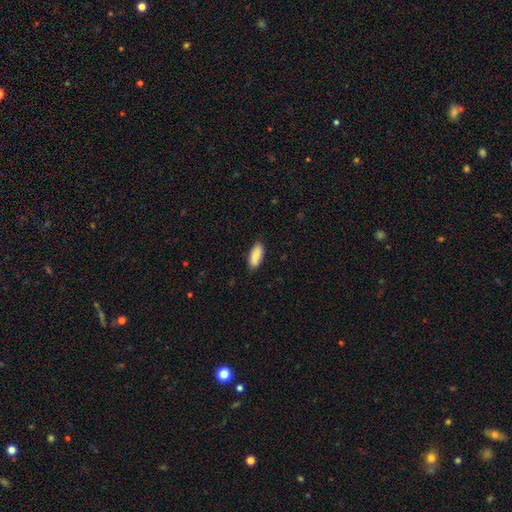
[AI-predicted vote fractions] smooth 86%, featured or disk 8%, star or artifact 6%. Down the decision tree: how rounded — in between (81%); merging — none (86%).